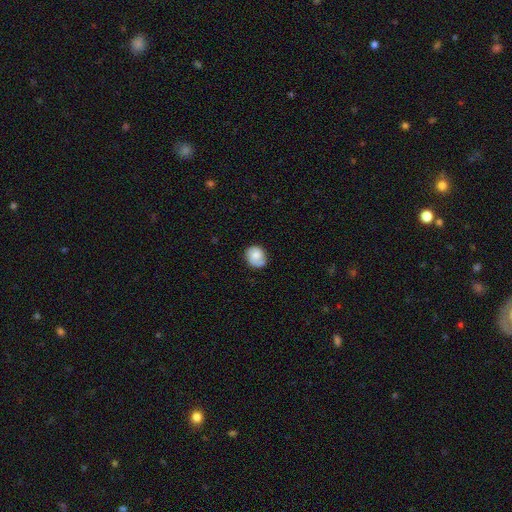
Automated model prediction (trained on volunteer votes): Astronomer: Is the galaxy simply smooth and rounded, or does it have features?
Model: smooth — 66%.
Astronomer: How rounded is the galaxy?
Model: round — 65%.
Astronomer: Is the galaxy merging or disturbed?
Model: none — 65%.